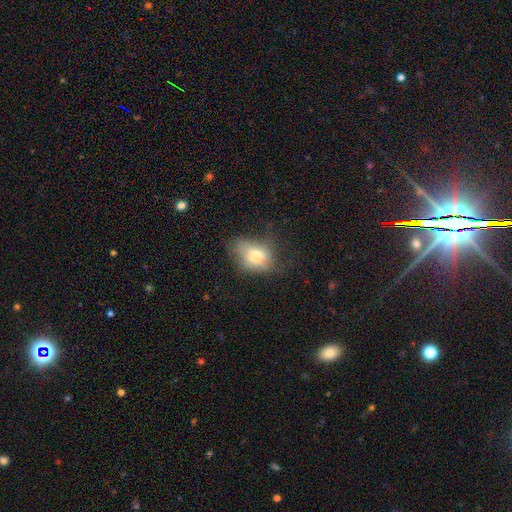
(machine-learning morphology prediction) type=smooth (61%); roundness=in between (76%); merging=none (38%).